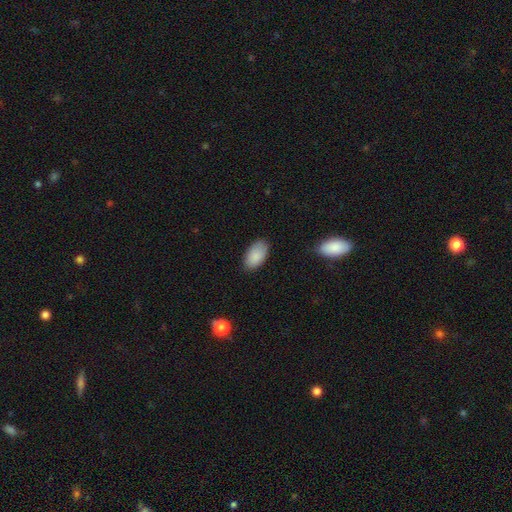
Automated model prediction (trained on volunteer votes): The model was most divided on "merging": none: 83%, minor disturbance: 13%, major disturbance: 3%, merger: 1%. More confident: how rounded — in between (95%); smooth or featured — smooth (88%).